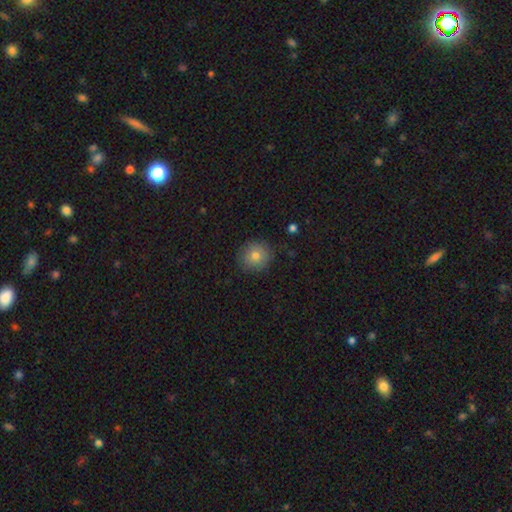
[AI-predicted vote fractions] Smooth or featured: smooth — 77% (featured or disk — 12%)
How rounded: round — 90% (in between — 9%)
Merging: none — 86% (minor disturbance — 11%)